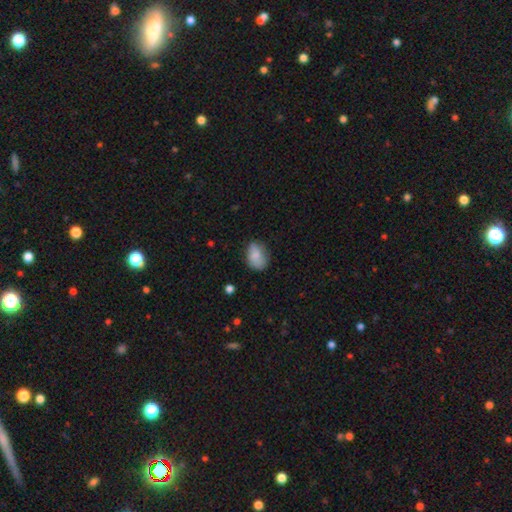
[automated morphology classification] smooth_or_featured: smooth (p=0.82) [alt: featured or disk p=0.11]
how_rounded: in between (p=0.77) [alt: round p=0.22]
merging: none (p=0.63) [alt: minor disturbance p=0.29]